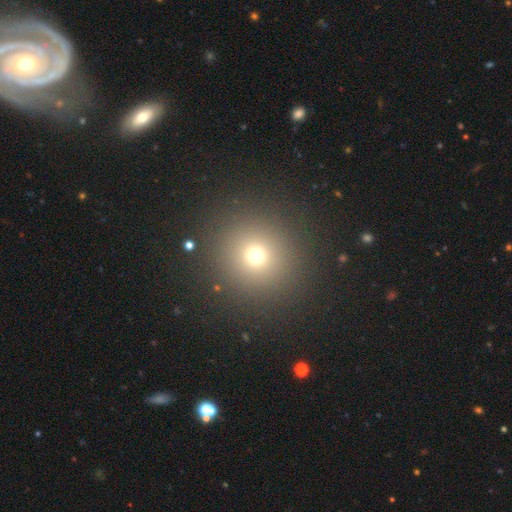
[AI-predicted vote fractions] smooth_or_featured: smooth (p=0.69) [alt: star or artifact p=0.22]
how_rounded: round (p=0.94) [alt: in between p=0.05]
merging: none (p=0.90) [alt: minor disturbance p=0.05]